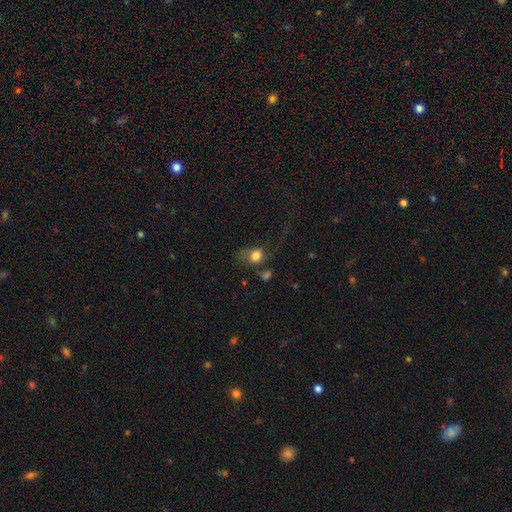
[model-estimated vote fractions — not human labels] Morphology: type=smooth (76%); roundness=in between (52%); merging=none (33%).